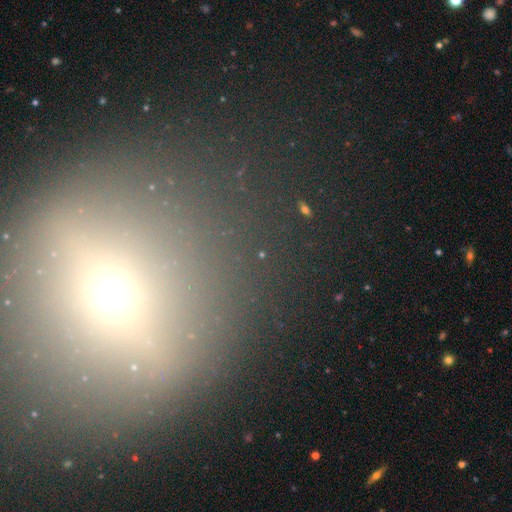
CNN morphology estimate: Overall: smooth (46%; star or artifact 33%). Merging: none (85%).